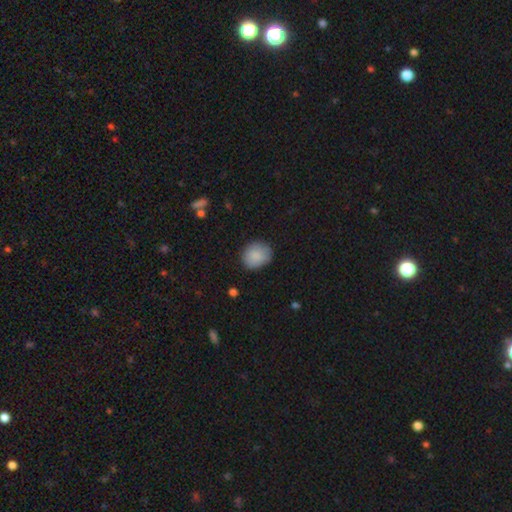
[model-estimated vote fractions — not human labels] Smooth or featured?
  - smooth: 87% *
  - star or artifact: 7%
  - featured or disk: 6%
How rounded?
  - round: 63% *
  - in between: 36%
  - cigar-shaped: 1%
Merging?
  - none: 80% *
  - minor disturbance: 15%
  - major disturbance: 3%
  - merger: 1%